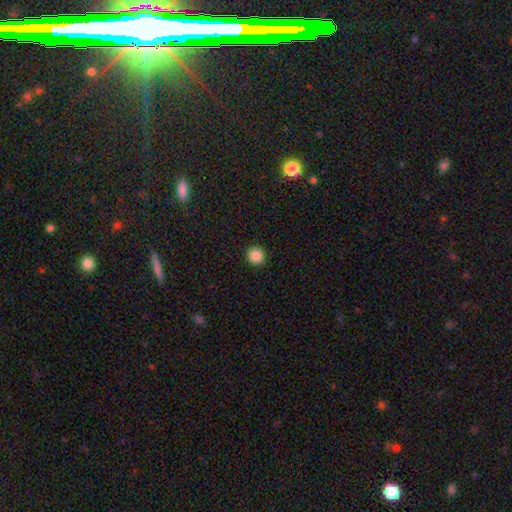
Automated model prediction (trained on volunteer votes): This is clearly a smooth galaxy (87%). How rounded: clearly round (92%). Merging: clearly none (92%).